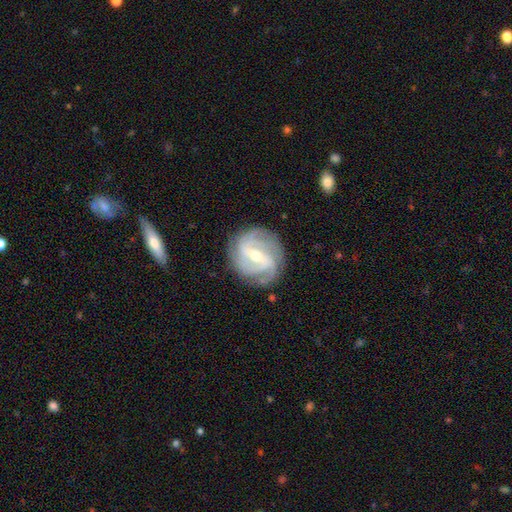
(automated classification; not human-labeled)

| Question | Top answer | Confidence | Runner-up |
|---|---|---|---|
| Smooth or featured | featured or disk | 87% | smooth (7%) |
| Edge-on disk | no | 97% | yes (3%) |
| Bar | weak | 47% | strong (37%) |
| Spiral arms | yes | 97% | no (3%) |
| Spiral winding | tight | 53% | medium (36%) |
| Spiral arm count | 3 | 36% | 2 (19%) |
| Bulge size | moderate | 53% | small (43%) |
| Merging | none | 81% | minor disturbance (13%) |